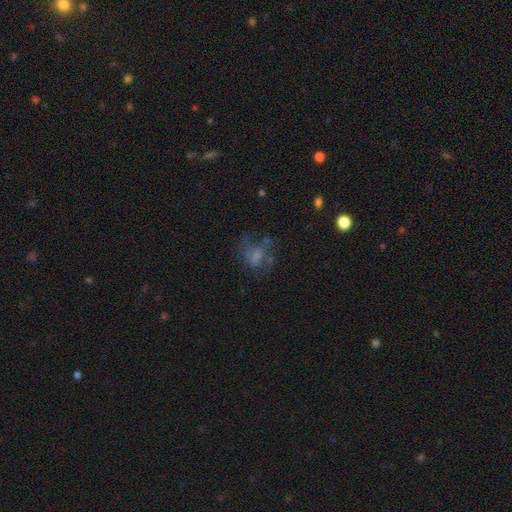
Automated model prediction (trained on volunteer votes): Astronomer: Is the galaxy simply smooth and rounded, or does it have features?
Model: smooth — 49% (runner-up: featured or disk, 34%).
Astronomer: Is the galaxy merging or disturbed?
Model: none — 40% (runner-up: major disturbance, 33%).